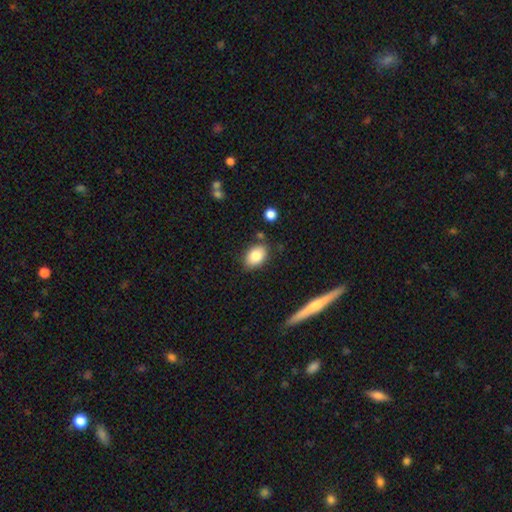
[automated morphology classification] A smooth galaxy with no disk features (84%) that is in between round and cigar-shaped (84%). Merging: none (80%).